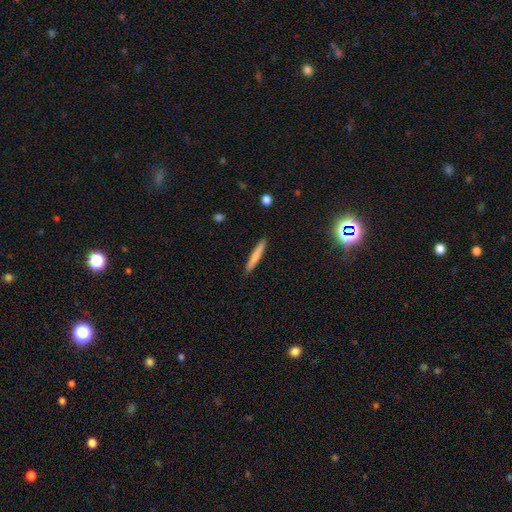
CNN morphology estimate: This appears to be a smooth galaxy with no disk features (71%) that is cigar-shaped (95%). Merging: none (91%).